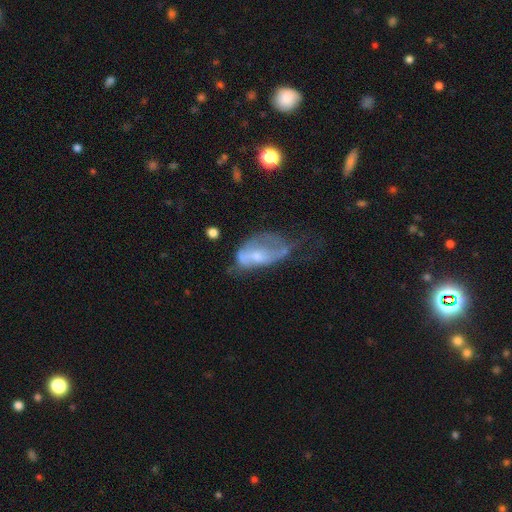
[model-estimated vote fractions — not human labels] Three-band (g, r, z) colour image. It shows a featured or disk galaxy (54%) with no bar (64%), no spiral arms (59%) and a small central bulge (52%). Merging: major disturbance (47%).